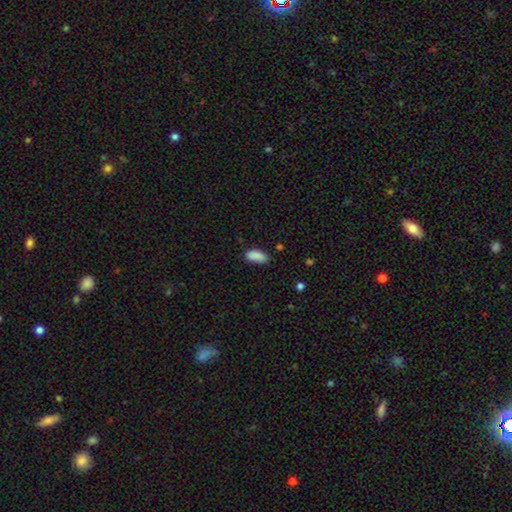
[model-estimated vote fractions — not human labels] A smooth galaxy with no disk features (89%) that is in between round and cigar-shaped (89%).

Vote fractions:
- Smooth or featured? smooth: 89% / star or artifact: 7% / featured or disk: 4%
- How rounded? in between: 89% / cigar-shaped: 8% / round: 2%
- Merging? none: 74% / minor disturbance: 21% / major disturbance: 4% / merger: 2%